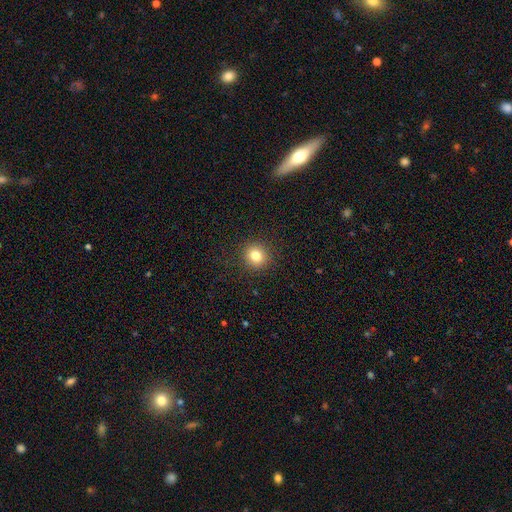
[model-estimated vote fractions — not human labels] This is clearly a smooth galaxy (80%). How rounded: clearly round (91%). Merging: clearly none (91%).